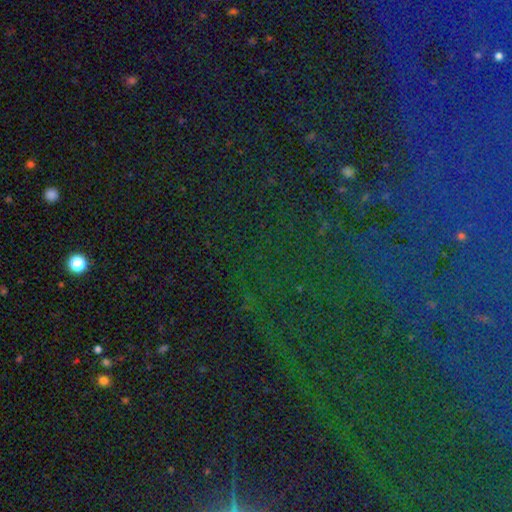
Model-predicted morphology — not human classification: Smooth or featured? star or artifact (83%)